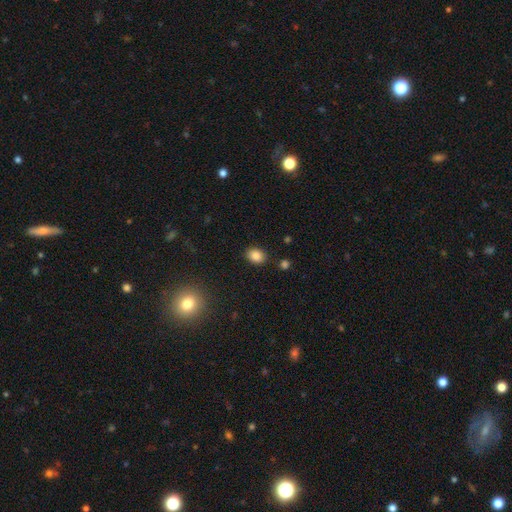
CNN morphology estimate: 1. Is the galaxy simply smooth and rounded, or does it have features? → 85% smooth, 10% star or artifact, 5% featured or disk.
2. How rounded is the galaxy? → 65% in between, 34% round, 1% cigar-shaped.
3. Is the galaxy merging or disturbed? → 86% none, 9% minor disturbance, 2% major disturbance, 2% merger.